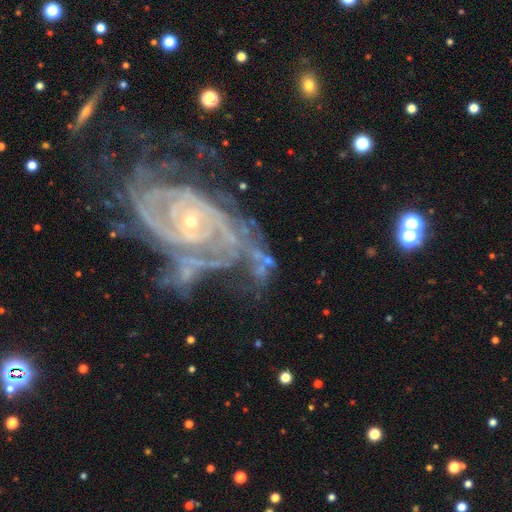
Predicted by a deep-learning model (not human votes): Overall: featured or disk (85%). Edge-on disk: no (96%). Bar: no (67%). Spiral arms: yes (92%). Spiral arm count: can't tell (31%; 2 24%). Spiral winding: tight (69%). Bulge size: small (72%). Merging: none (40%; major disturbance 26%).